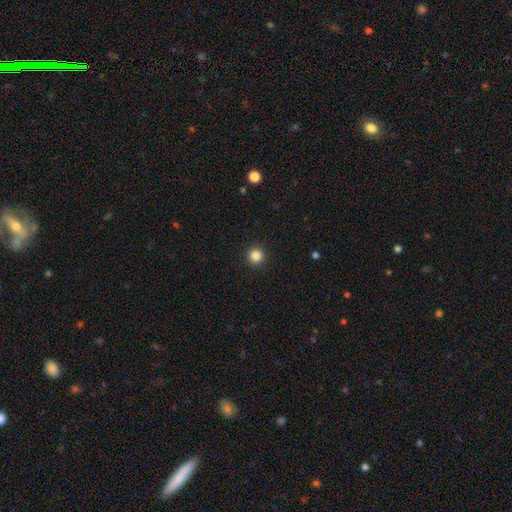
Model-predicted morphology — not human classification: Smooth or featured? Predicted: smooth (p=0.84). How rounded? Predicted: round (p=0.96). Merging? Predicted: none (p=0.93).